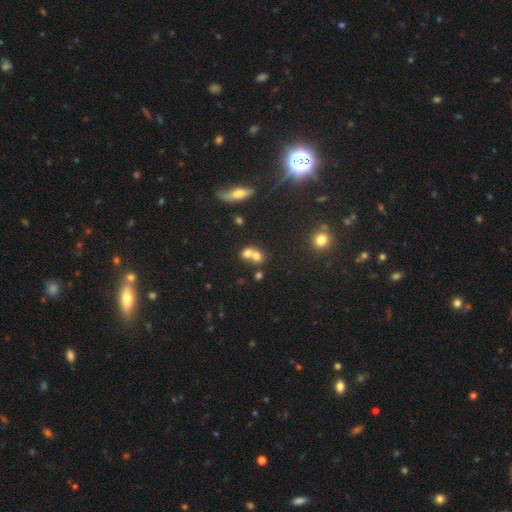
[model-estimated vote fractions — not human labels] smooth-or-featured: smooth: 68% | featured or disk: 18% | star or artifact: 14%
  how-rounded: round: 67% | in between: 32% | cigar-shaped: 2%
  merging: merger: 63% | none: 28% | minor disturbance: 6% | major disturbance: 3%